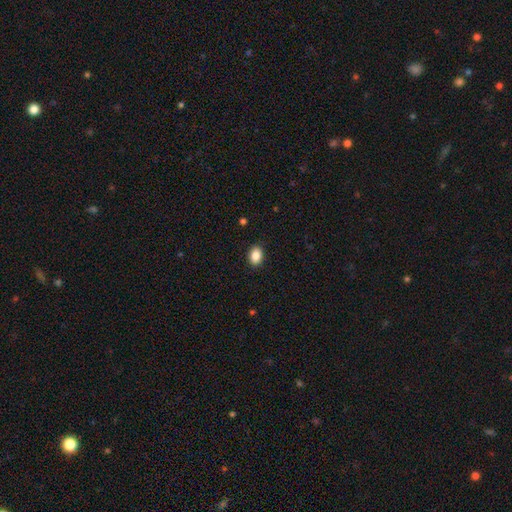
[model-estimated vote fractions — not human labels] Overall: smooth (87%). How rounded: in between (74%). Merging: none (89%).